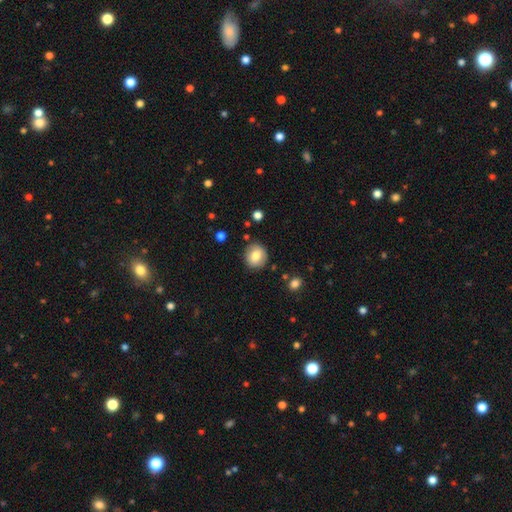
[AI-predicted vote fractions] smooth 81%, featured or disk 10%, star or artifact 9%. Down the decision tree: how rounded — round (83%); merging — none (85%).